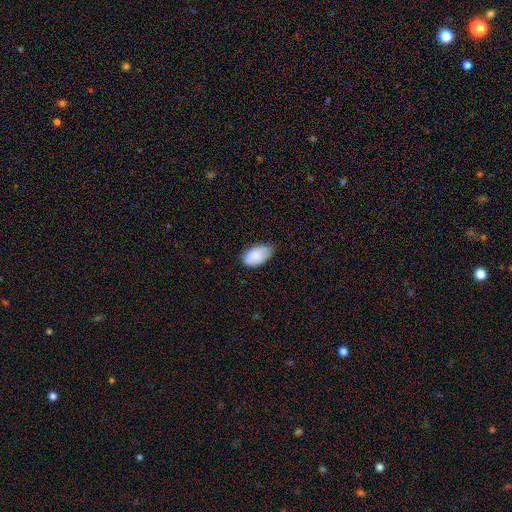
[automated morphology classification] Smooth or featured: smooth — 85% (featured or disk — 8%)
How rounded: in between — 95% (round — 4%)
Merging: none — 66% (minor disturbance — 29%)